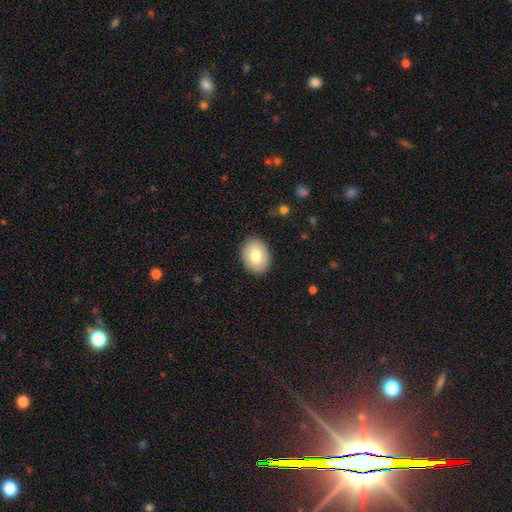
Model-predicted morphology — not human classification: smooth-or-featured: smooth: 81% | featured or disk: 12% | star or artifact: 7%
  how-rounded: in between: 71% | round: 29% | cigar-shaped: 1%
  merging: none: 89% | minor disturbance: 8% | major disturbance: 2% | merger: 1%